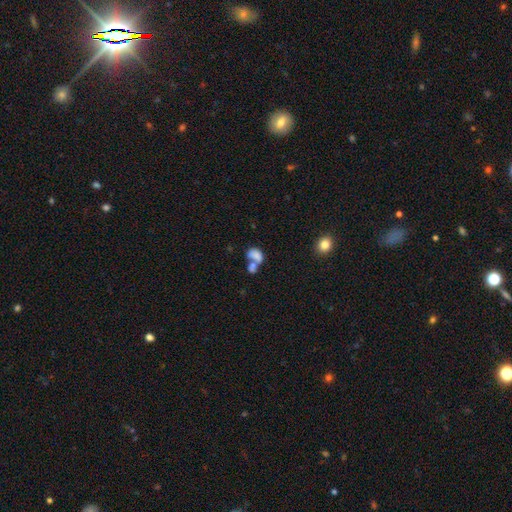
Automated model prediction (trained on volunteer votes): A smooth galaxy with no disk features (73%) that is in between round and cigar-shaped (80%).

Vote fractions:
- Smooth or featured? smooth: 73% / featured or disk: 17% / star or artifact: 10%
- How rounded? in between: 80% / round: 18% / cigar-shaped: 2%
- Merging? merger: 66% / none: 17% / major disturbance: 8% / minor disturbance: 8%